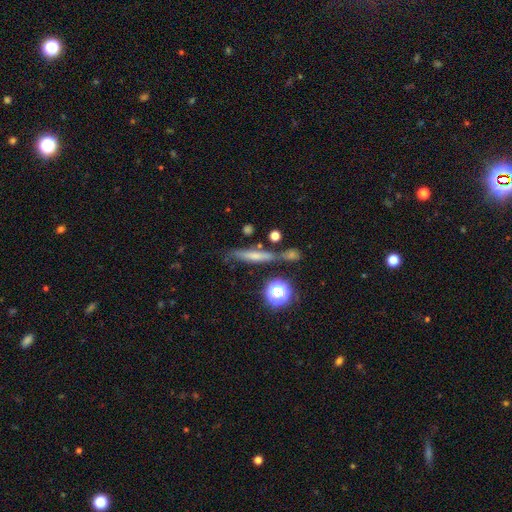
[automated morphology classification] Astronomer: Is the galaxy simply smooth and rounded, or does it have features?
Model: smooth — 52% (runner-up: featured or disk, 34%).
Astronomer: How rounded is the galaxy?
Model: cigar-shaped — 80%.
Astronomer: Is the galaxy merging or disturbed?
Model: none — 67%.